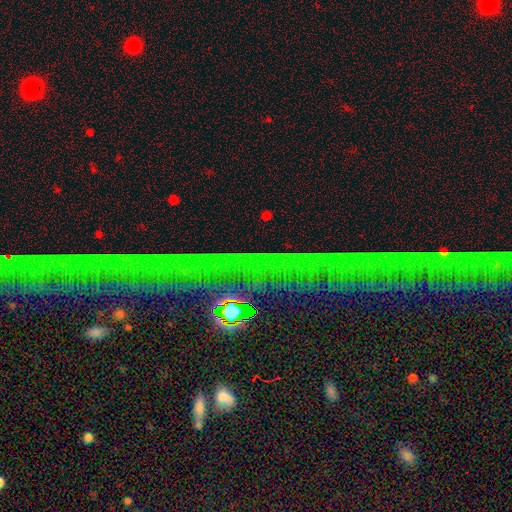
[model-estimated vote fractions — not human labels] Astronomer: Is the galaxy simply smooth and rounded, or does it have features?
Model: star or artifact — 81%.